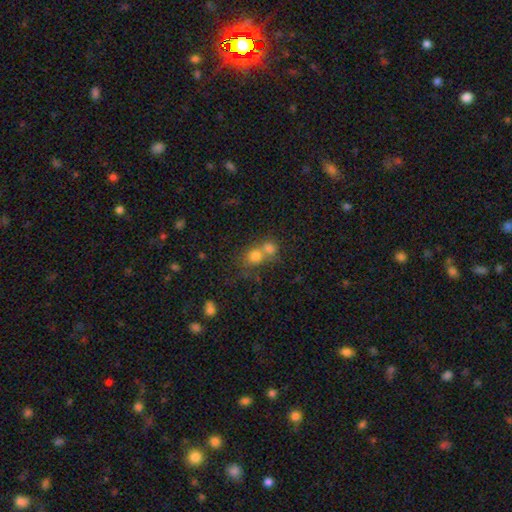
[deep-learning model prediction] Smooth or featured? Predicted: smooth (p=0.74). How rounded? Predicted: round (p=0.76). Merging? Predicted: merger (p=0.58).